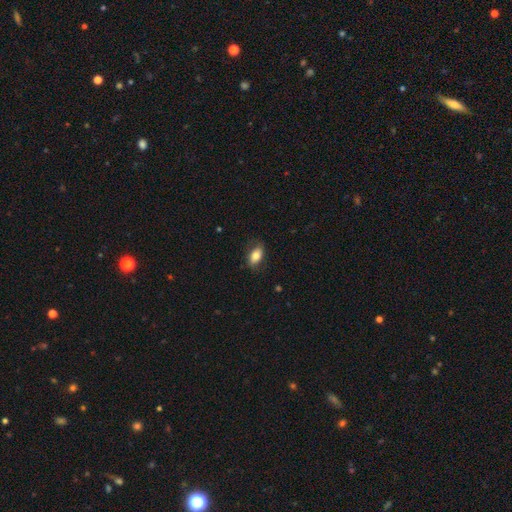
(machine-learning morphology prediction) The model was most divided on "merging": none: 78%, minor disturbance: 17%, major disturbance: 4%, merger: 1%. More confident: how rounded — in between (90%); smooth or featured — smooth (79%).